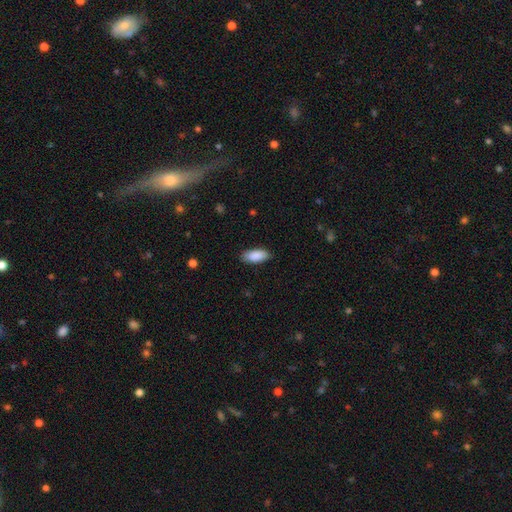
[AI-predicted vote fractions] smooth-or-featured: smooth: 90% | star or artifact: 6% | featured or disk: 4%
  how-rounded: in between: 87% | cigar-shaped: 11% | round: 2%
  merging: none: 86% | minor disturbance: 11% | major disturbance: 2% | merger: 1%